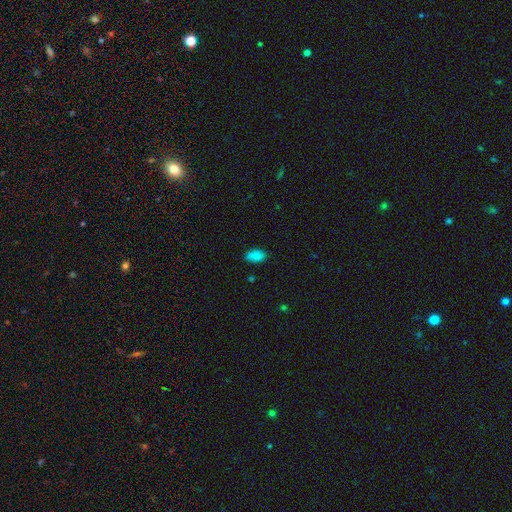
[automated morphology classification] The model was most divided on "merging": none: 81%, minor disturbance: 14%, major disturbance: 3%, merger: 2%. More confident: how rounded — in between (92%); smooth or featured — smooth (85%).